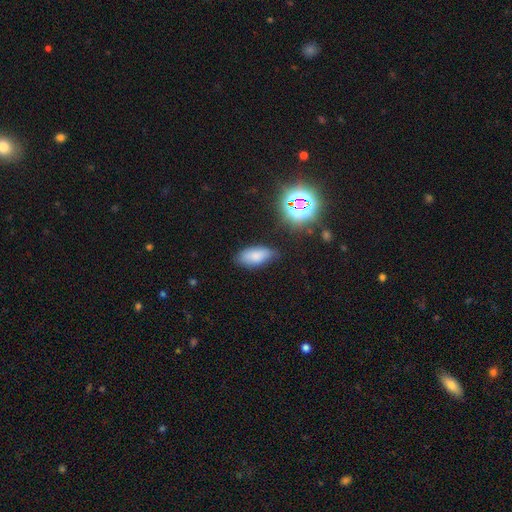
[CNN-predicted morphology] A smooth galaxy with no disk features (79%) that is in between round and cigar-shaped (88%).

Vote fractions:
- Smooth or featured? smooth: 79% / star or artifact: 12% / featured or disk: 9%
- How rounded? in between: 88% / cigar-shaped: 9% / round: 3%
- Merging? none: 72% / minor disturbance: 21% / major disturbance: 4% / merger: 2%